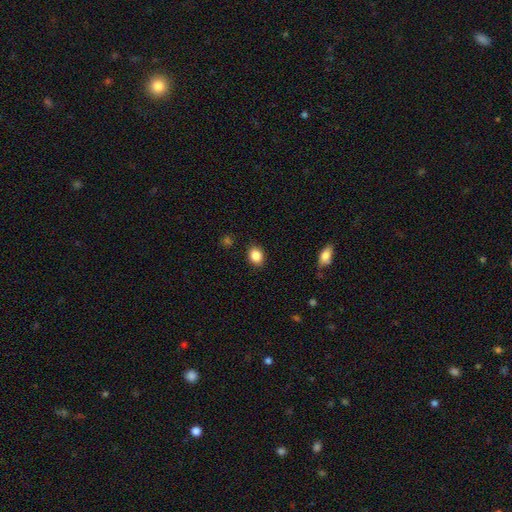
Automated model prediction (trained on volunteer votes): Smooth or featured? smooth (87%)
How rounded? in between (56%)
Merging? none (88%)